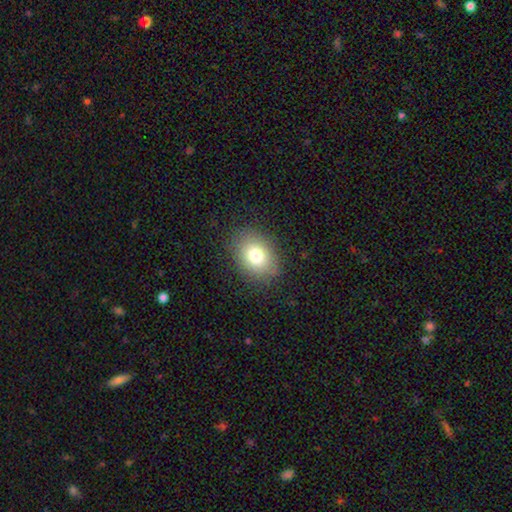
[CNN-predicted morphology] Overall: smooth (78%). How rounded: in between (67%; round 32%). Merging: none (82%).